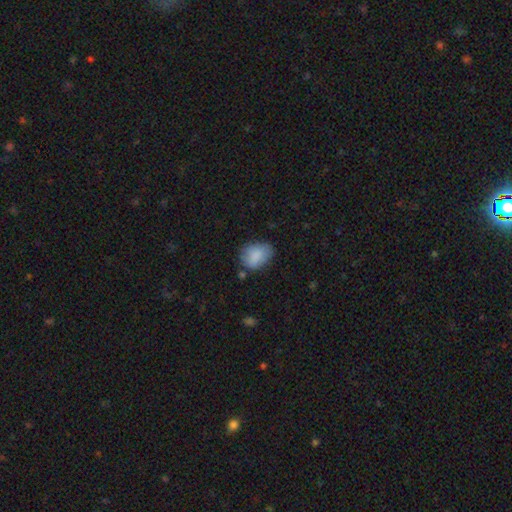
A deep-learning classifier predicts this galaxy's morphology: smooth 84%, featured or disk 8%, star or artifact 7%. Down the decision tree: how rounded — in between (68%); merging — none (63%).